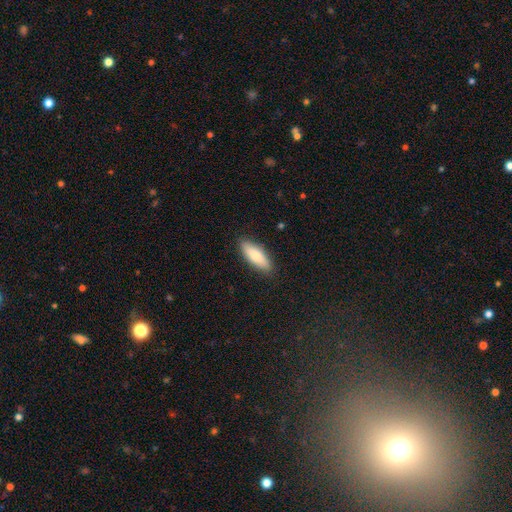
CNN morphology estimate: Q: Smooth or featured?
A: smooth (80%); runner-up: featured or disk (14%)
Q: How rounded?
A: in between (60%); runner-up: cigar-shaped (38%)
Q: Merging?
A: none (88%); runner-up: minor disturbance (9%)